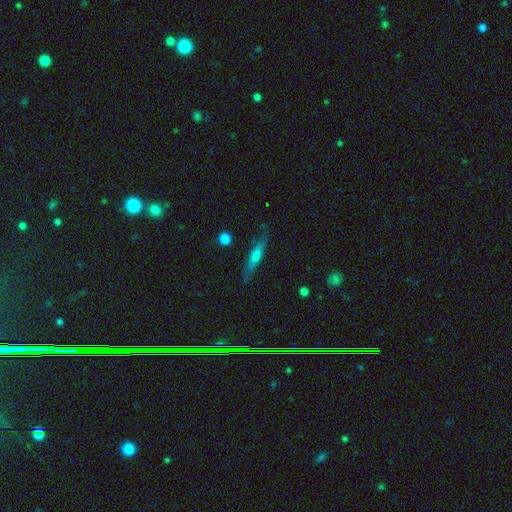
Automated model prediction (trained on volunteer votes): featured or disk 50%, smooth 43%, star or artifact 7%. Down the decision tree: merging — none (81%).